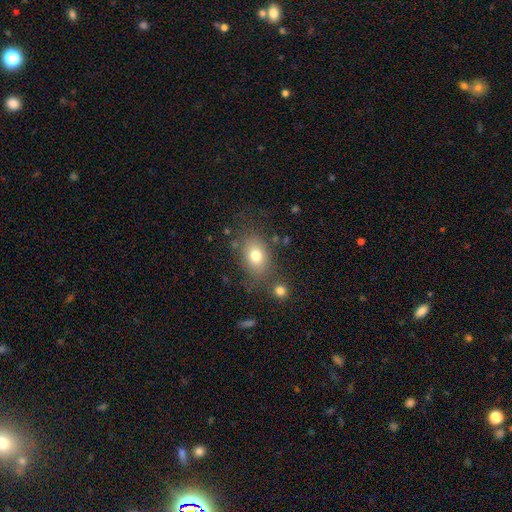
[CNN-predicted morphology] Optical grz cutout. It shows a smooth galaxy with no disk features (75%) that is in between round and cigar-shaped (70%). Merging: none (71%).